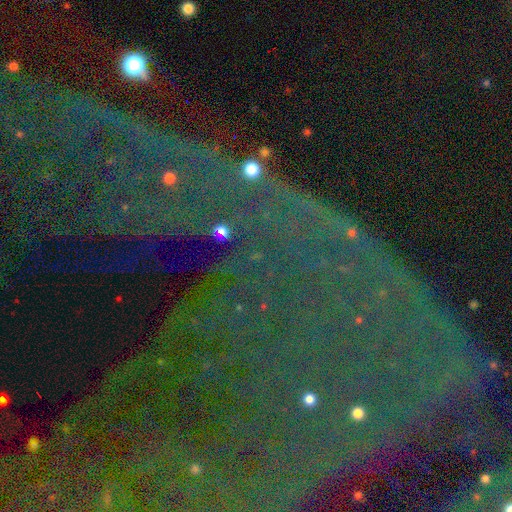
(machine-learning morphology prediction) Smooth or featured? star or artifact (83%)